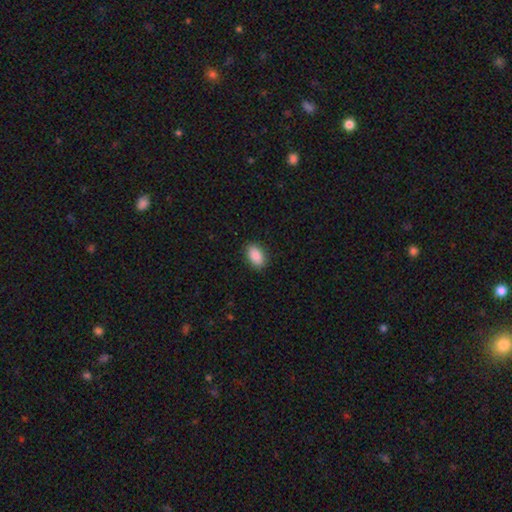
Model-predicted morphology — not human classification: Smooth or featured: smooth — 89% (star or artifact — 7%)
How rounded: in between — 92% (round — 7%)
Merging: none — 89% (minor disturbance — 8%)